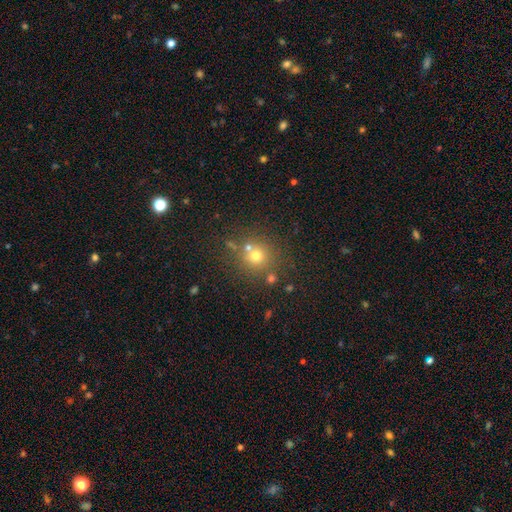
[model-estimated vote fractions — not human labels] Morphology: type=smooth (67%); roundness=round (90%); merging=none (70%).